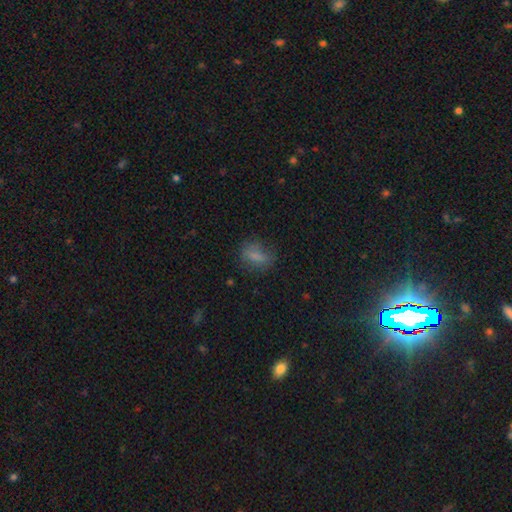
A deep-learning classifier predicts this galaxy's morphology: Smooth or featured? smooth (74%)
How rounded? in between (68%)
Merging? none (67%)